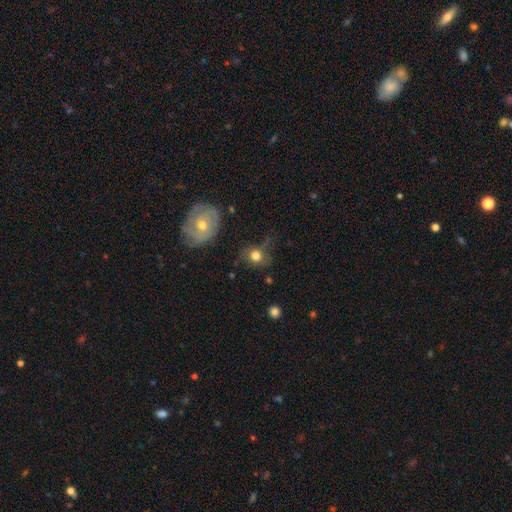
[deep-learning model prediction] smooth_or_featured: smooth (p=0.73) [alt: featured or disk p=0.16]
how_rounded: round (p=0.74) [alt: in between p=0.25]
merging: none (p=0.57) [alt: minor disturbance p=0.23]